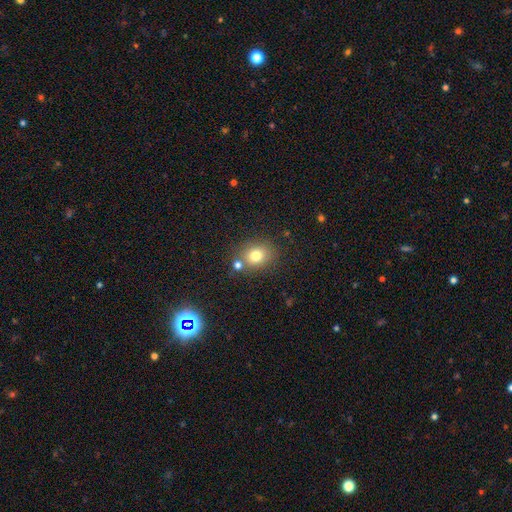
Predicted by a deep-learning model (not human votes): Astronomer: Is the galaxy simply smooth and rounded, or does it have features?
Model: smooth — 77%.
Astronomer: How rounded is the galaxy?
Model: round — 63%.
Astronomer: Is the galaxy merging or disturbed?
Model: none — 68%.